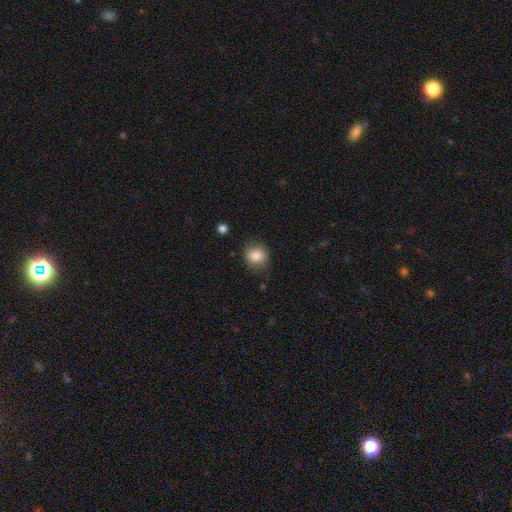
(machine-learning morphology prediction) A smooth galaxy with no disk features (83%) that is round (80%). Merging: none (80%).